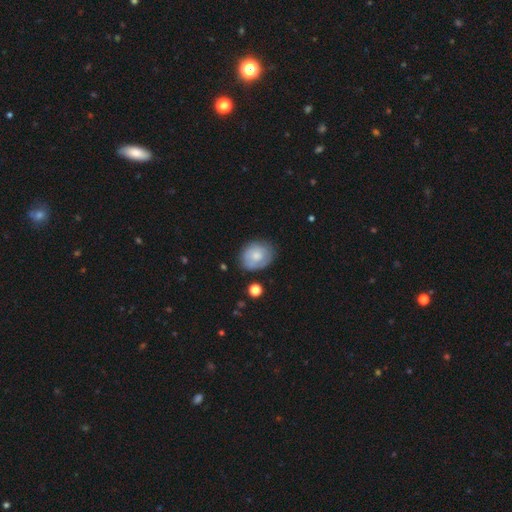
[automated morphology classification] Overall: smooth (63%; featured or disk 30%). How rounded: round (51%; in between 48%). Merging: none (69%).